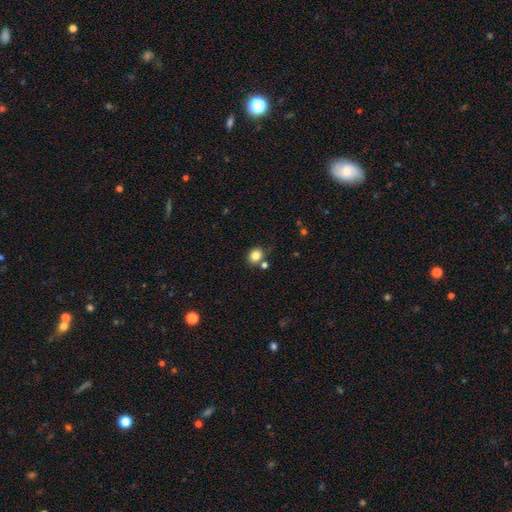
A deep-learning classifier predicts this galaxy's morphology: Smooth or featured?
  - smooth: 83% *
  - star or artifact: 11%
  - featured or disk: 6%
How rounded?
  - round: 63% *
  - in between: 36%
  - cigar-shaped: 1%
Merging?
  - none: 71% *
  - minor disturbance: 13%
  - merger: 12%
  - major disturbance: 4%